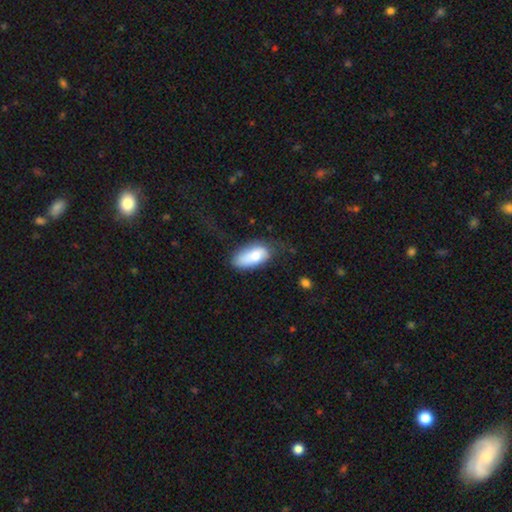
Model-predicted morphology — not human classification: smooth 76%, featured or disk 17%, star or artifact 7%. Down the decision tree: how rounded — in between (90%); merging — none (55%).